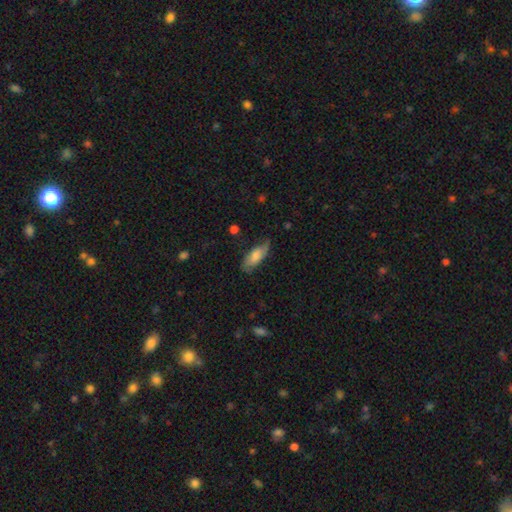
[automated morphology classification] Smooth or featured? Predicted: smooth (p=0.66). How rounded? Predicted: in between (p=0.75). Merging? Predicted: none (p=0.69).